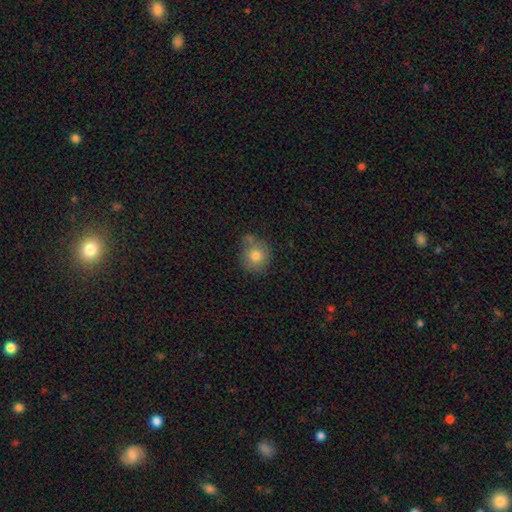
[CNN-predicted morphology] type=smooth (79%); roundness=round (86%); merging=none (64%).